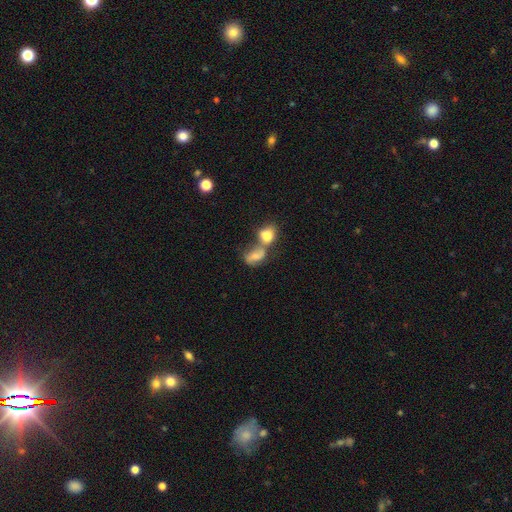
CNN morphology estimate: smooth_or_featured: smooth (p=0.59) [alt: featured or disk p=0.29]
how_rounded: in between (p=0.72) [alt: round p=0.24]
merging: merger (p=0.63) [alt: none p=0.20]